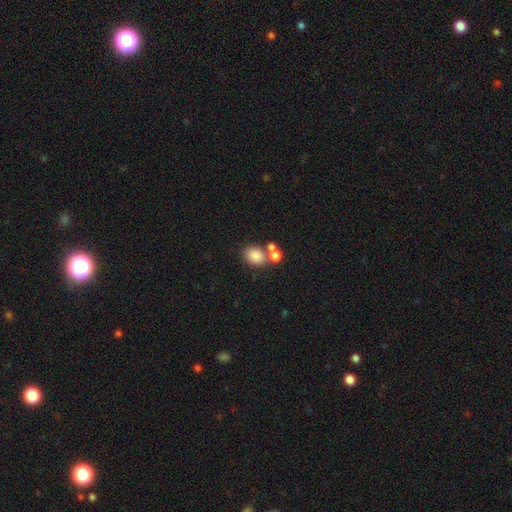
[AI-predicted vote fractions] Overall: smooth (82%). How rounded: in between (61%; round 38%). Merging: none (52%; merger 34%).